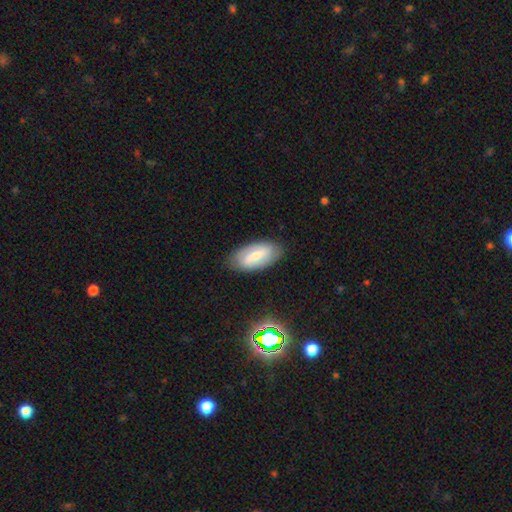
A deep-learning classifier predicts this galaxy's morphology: Q: Smooth or featured?
A: featured or disk (50%); runner-up: smooth (43%)
Q: Merging?
A: none (84%); runner-up: minor disturbance (12%)